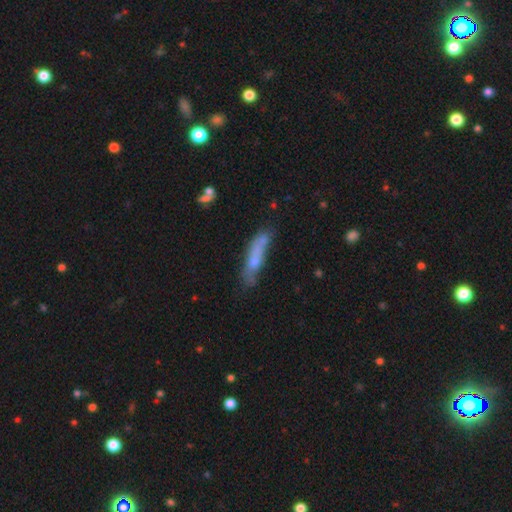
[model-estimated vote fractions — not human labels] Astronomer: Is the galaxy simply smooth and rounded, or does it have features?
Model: smooth — 55% (runner-up: featured or disk, 34%).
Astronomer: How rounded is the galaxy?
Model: cigar-shaped — 79%.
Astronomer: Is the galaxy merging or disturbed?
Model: none — 46% (runner-up: minor disturbance, 26%).